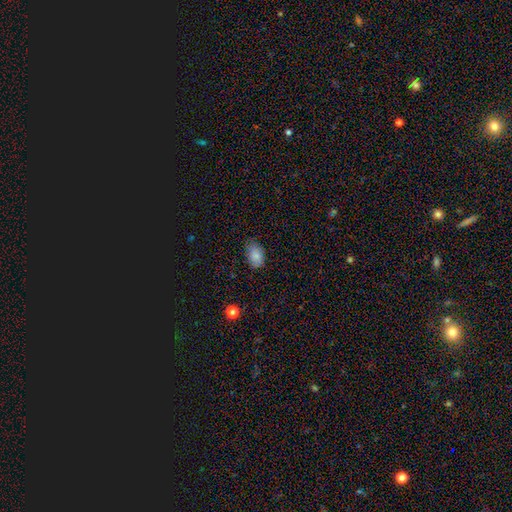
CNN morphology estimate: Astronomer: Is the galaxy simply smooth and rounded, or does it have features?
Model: smooth — 85%.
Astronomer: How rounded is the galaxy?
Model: in between — 88%.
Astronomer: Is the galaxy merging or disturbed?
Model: none — 73%.